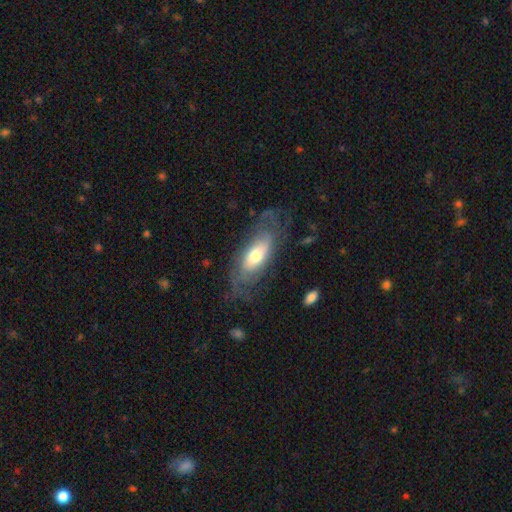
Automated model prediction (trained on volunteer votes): A featured or disk galaxy (53%). Merging: none (57%).